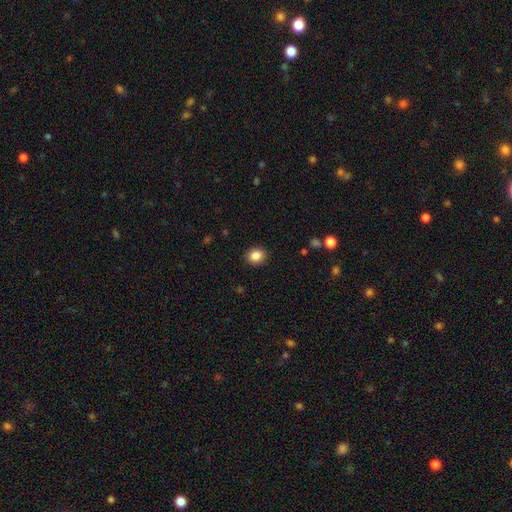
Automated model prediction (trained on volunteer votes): A smooth galaxy with no disk features (86%) that is round (68%).

Vote fractions:
- Smooth or featured? smooth: 86% / star or artifact: 10% / featured or disk: 4%
- How rounded? round: 68% / in between: 31% / cigar-shaped: 1%
- Merging? none: 89% / minor disturbance: 7% / major disturbance: 2% / merger: 1%